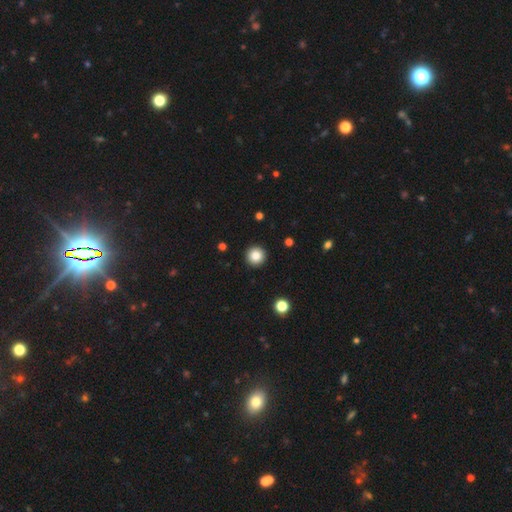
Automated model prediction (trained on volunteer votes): Smooth or featured? Predicted: smooth (p=0.84). How rounded? Predicted: round (p=0.96). Merging? Predicted: none (p=0.93).